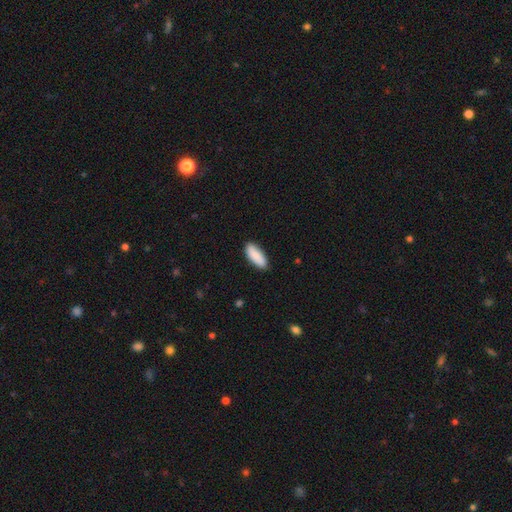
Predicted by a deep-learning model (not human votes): Smooth or featured: smooth — 89% (featured or disk — 6%)
How rounded: in between — 76% (cigar-shaped — 22%)
Merging: none — 87% (minor disturbance — 11%)